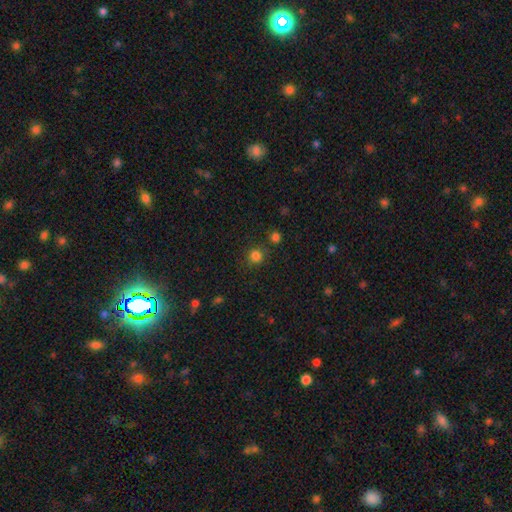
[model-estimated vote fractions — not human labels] A smooth galaxy with no disk features (81%) that is round (90%).

Vote fractions:
- Smooth or featured? smooth: 81% / star or artifact: 15% / featured or disk: 4%
- How rounded? round: 90% / in between: 9% / cigar-shaped: 1%
- Merging? none: 80% / minor disturbance: 10% / merger: 6% / major disturbance: 4%